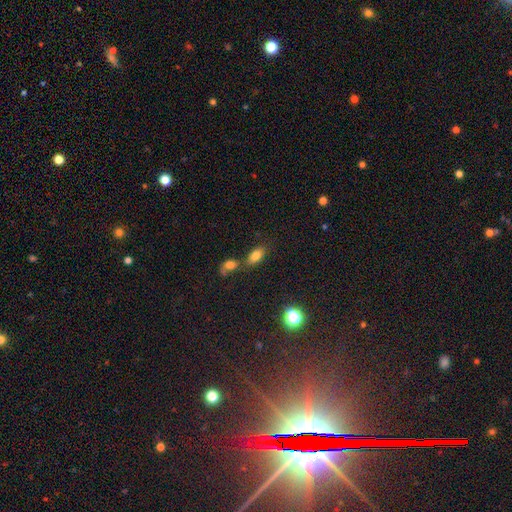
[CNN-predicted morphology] smooth 79%, star or artifact 11%, featured or disk 10%. Down the decision tree: how rounded — in between (87%); merging — none (57%).